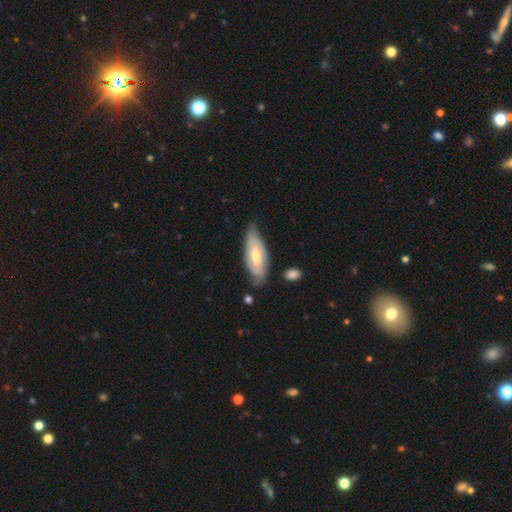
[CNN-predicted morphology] This appears to be a featured or disk galaxy (52%). Merging: none (66%).